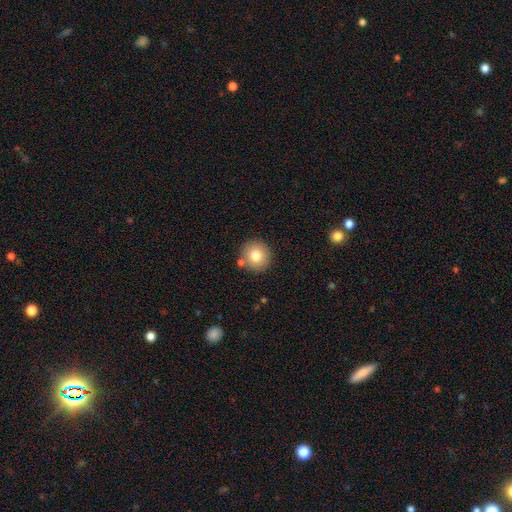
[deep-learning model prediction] Smooth or featured? smooth (77%)
How rounded? round (91%)
Merging? none (81%)